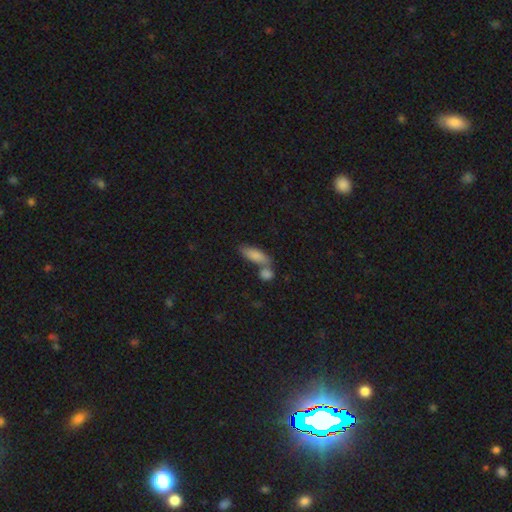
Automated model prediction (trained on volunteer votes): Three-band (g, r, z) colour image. It shows a smooth galaxy with no disk features (81%) that is in between round and cigar-shaped (66%). Merging: none (46%).